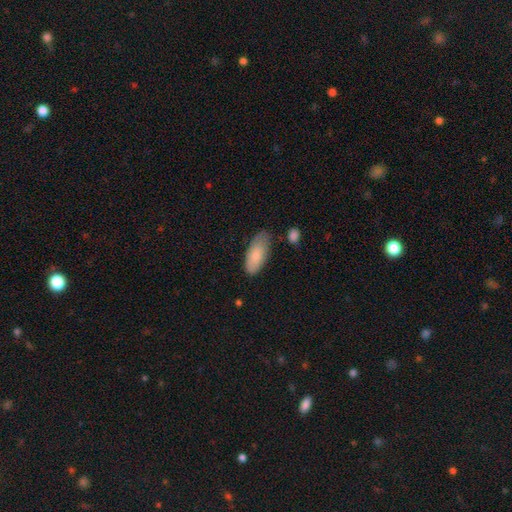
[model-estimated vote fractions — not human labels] This is clearly a smooth galaxy (83%). How rounded: clearly in between (86%). Merging: likely none (64%).